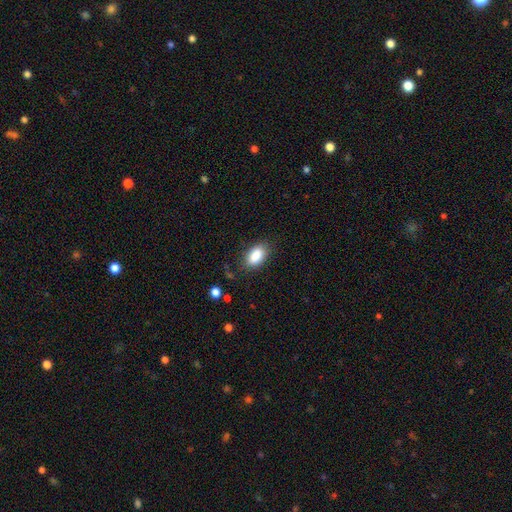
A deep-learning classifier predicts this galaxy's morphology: The model was most divided on "merging": none: 82%, minor disturbance: 13%, major disturbance: 3%, merger: 1%. More confident: how rounded — in between (92%); smooth or featured — smooth (88%).